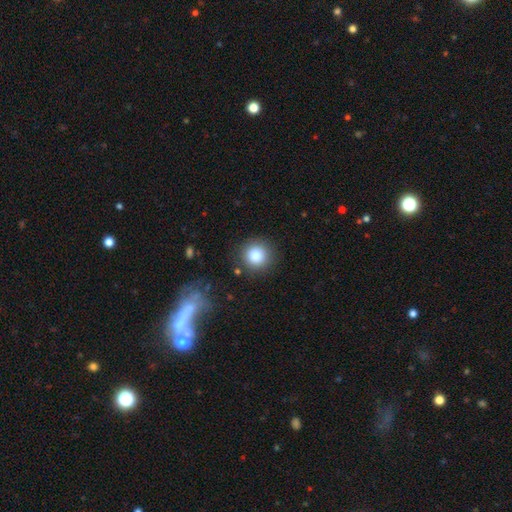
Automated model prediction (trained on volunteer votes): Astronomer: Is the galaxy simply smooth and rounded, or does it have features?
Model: smooth — 84%.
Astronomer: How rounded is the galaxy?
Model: round — 94%.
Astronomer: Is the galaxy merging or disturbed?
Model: none — 87%.